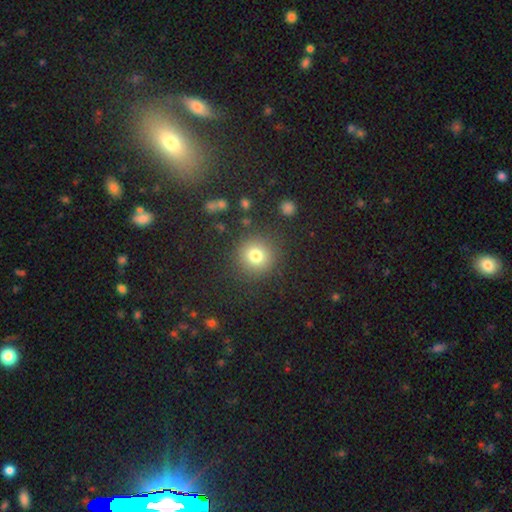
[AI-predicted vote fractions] A smooth galaxy with no disk features (78%) that is round (93%).

Vote fractions:
- Smooth or featured? smooth: 78% / star or artifact: 14% / featured or disk: 8%
- How rounded? round: 93% / in between: 6% / cigar-shaped: 1%
- Merging? none: 87% / minor disturbance: 7% / major disturbance: 3% / merger: 2%